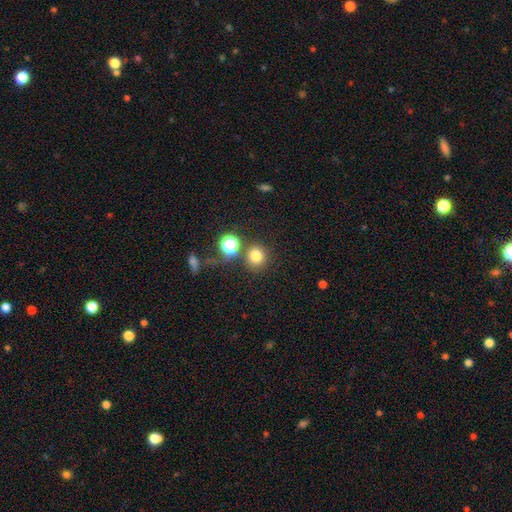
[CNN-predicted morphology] This is likely a smooth galaxy (76%). How rounded: clearly round (88%). Merging: likely none (76%).